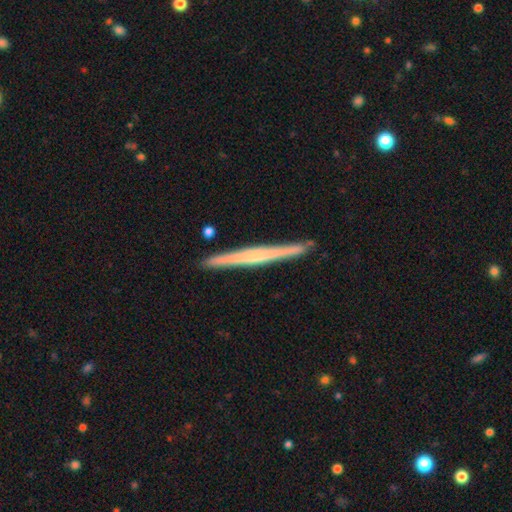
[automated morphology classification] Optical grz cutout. It shows a featured or disk galaxy (62%) viewed edge-on (98%) with no central bulge (58%). Merging: none (90%).